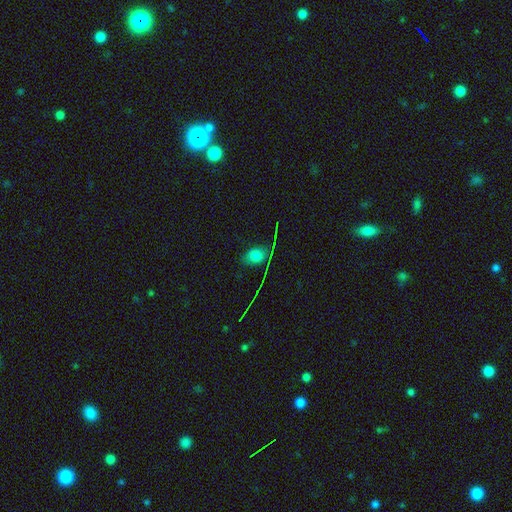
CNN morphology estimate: Smooth or featured?
  - smooth: 69% *
  - star or artifact: 21%
  - featured or disk: 10%
How rounded?
  - in between: 72% *
  - round: 26%
  - cigar-shaped: 2%
Merging?
  - none: 69% *
  - minor disturbance: 19%
  - major disturbance: 7%
  - merger: 5%